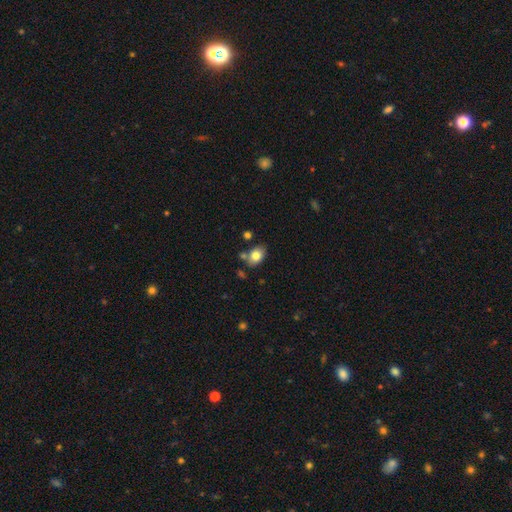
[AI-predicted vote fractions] A smooth galaxy with no disk features (80%) that is in between round and cigar-shaped (78%).

Vote fractions:
- Smooth or featured? smooth: 80% / featured or disk: 11% / star or artifact: 9%
- How rounded? in between: 78% / round: 21% / cigar-shaped: 1%
- Merging? none: 68% / minor disturbance: 16% / merger: 12% / major disturbance: 4%